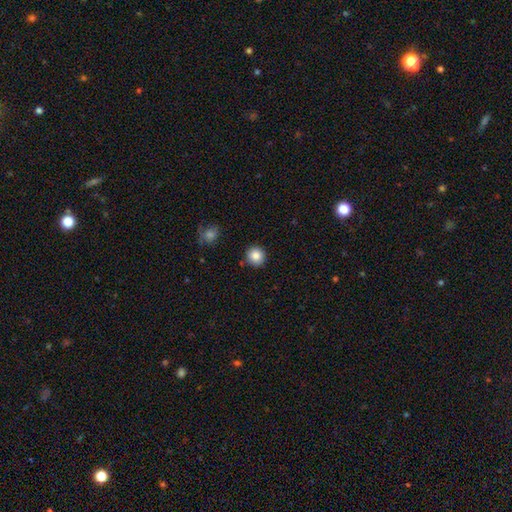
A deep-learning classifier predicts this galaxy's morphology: Overall: smooth (86%). How rounded: round (93%). Merging: none (89%).